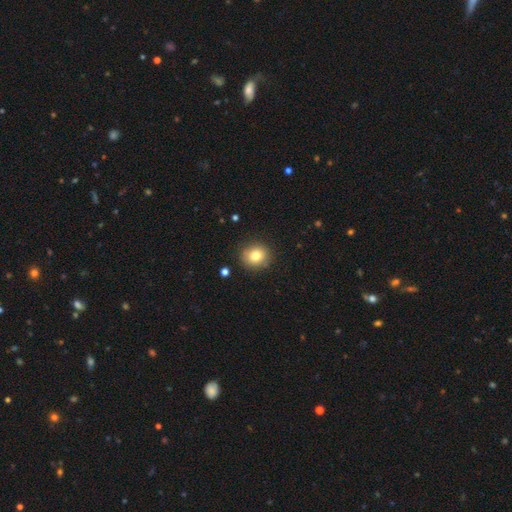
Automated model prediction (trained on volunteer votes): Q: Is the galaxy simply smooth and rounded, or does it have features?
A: smooth — 80%.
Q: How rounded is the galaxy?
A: round — 82%.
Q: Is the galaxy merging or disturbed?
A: none — 87%.